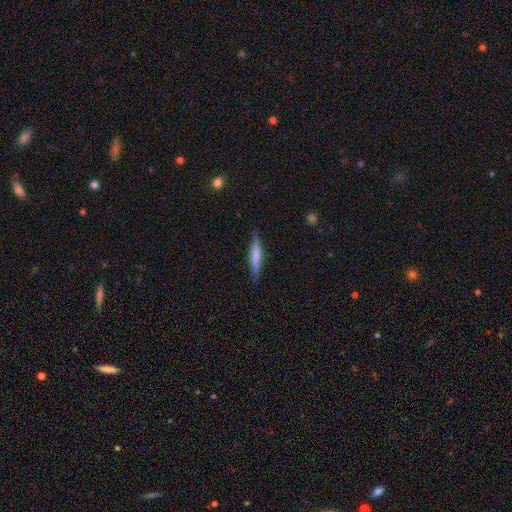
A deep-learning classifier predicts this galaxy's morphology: Smooth or featured?
  - smooth: 65% *
  - featured or disk: 30%
  - star or artifact: 6%
How rounded?
  - cigar-shaped: 91% *
  - in between: 8%
  - round: 1%
Merging?
  - none: 86% *
  - minor disturbance: 11%
  - major disturbance: 2%
  - merger: 1%